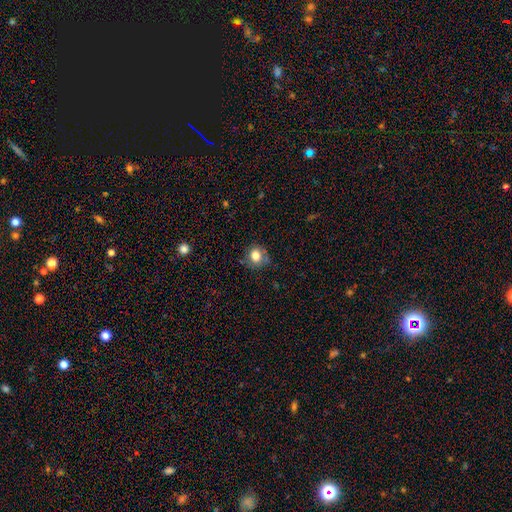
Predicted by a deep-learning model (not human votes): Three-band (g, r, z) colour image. It shows a smooth galaxy with no disk features (81%) that is round (80%). Merging: none (74%).